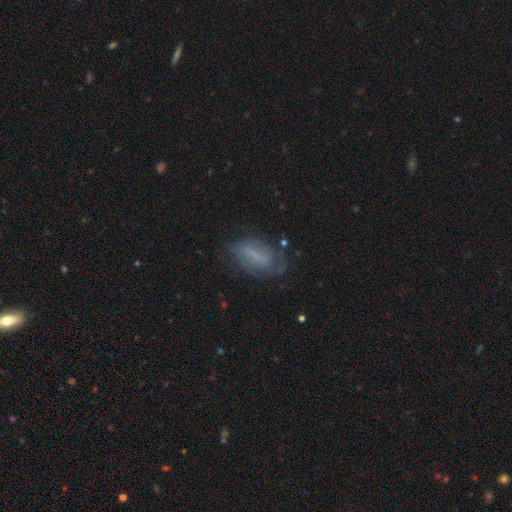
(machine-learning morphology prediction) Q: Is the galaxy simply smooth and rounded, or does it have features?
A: featured or disk — 46%.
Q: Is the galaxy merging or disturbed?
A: none — 58%.